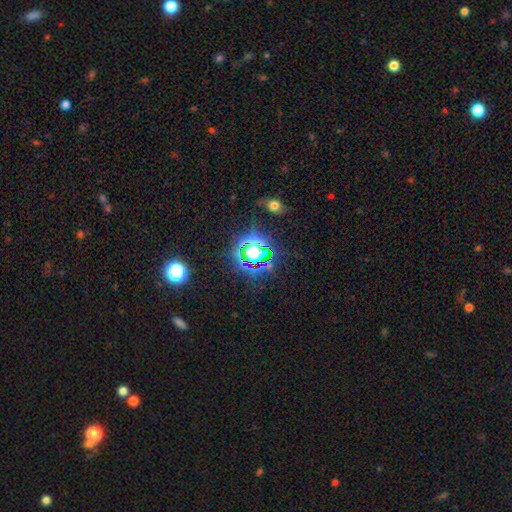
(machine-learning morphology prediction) A star or artifact, not a galaxy (67%).

Vote fractions:
- Smooth or featured? star or artifact: 67% / smooth: 21% / featured or disk: 12%